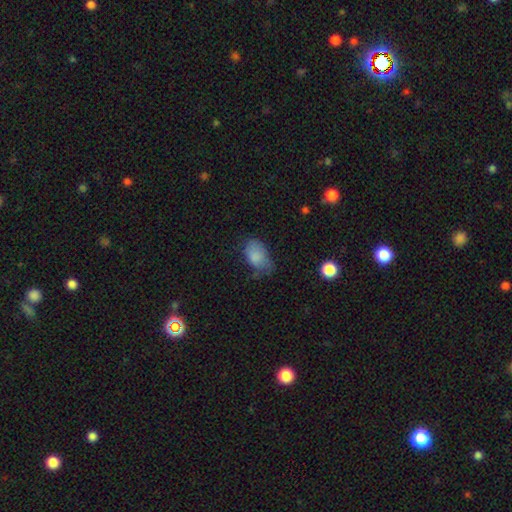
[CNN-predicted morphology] smooth-or-featured: smooth: 79% | featured or disk: 12% | star or artifact: 9%
  how-rounded: in between: 89% | round: 10% | cigar-shaped: 1%
  merging: minor disturbance: 39% | none: 37% | major disturbance: 22% | merger: 2%